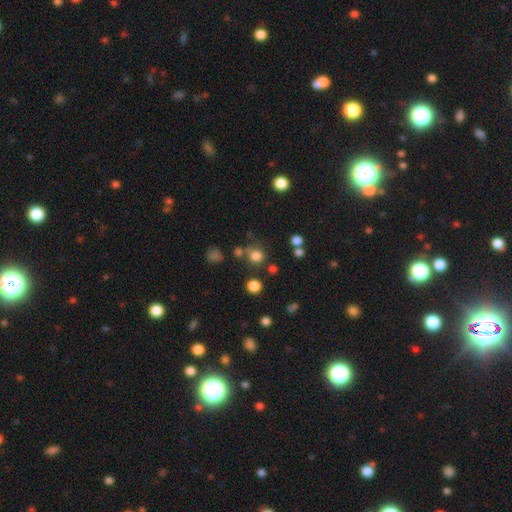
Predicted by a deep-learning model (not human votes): Smooth or featured? Predicted: smooth (p=0.77). How rounded? Predicted: round (p=0.90). Merging? Predicted: none (p=0.73).